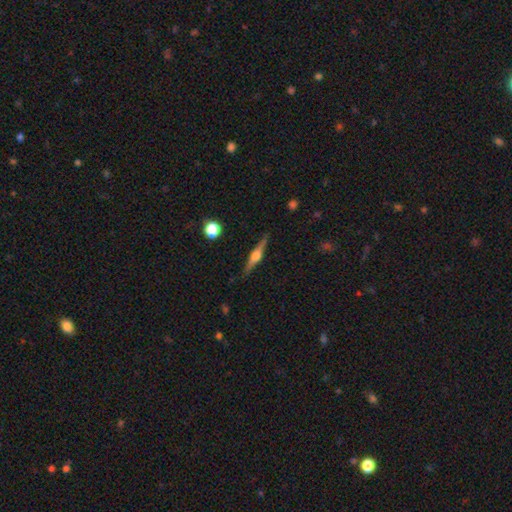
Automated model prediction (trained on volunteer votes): Smooth or featured?
  - featured or disk: 76% *
  - smooth: 18%
  - star or artifact: 6%
Edge-on disk?
  - yes: 98% *
  - no: 2%
Edge-on bulge?
  - rounded: 91% *
  - boxy: 7%
  - none: 2%
Merging?
  - none: 88% *
  - minor disturbance: 8%
  - major disturbance: 2%
  - merger: 1%